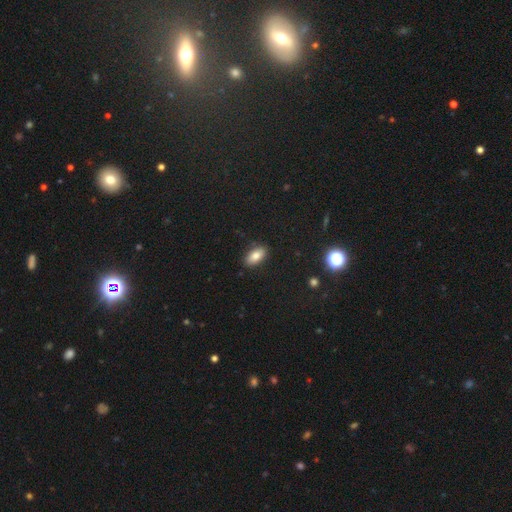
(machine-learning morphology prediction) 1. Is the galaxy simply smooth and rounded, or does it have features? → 82% smooth, 9% star or artifact, 9% featured or disk.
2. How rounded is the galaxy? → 90% in between, 6% cigar-shaped, 4% round.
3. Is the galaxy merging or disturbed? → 87% none, 10% minor disturbance, 2% major disturbance, 1% merger.